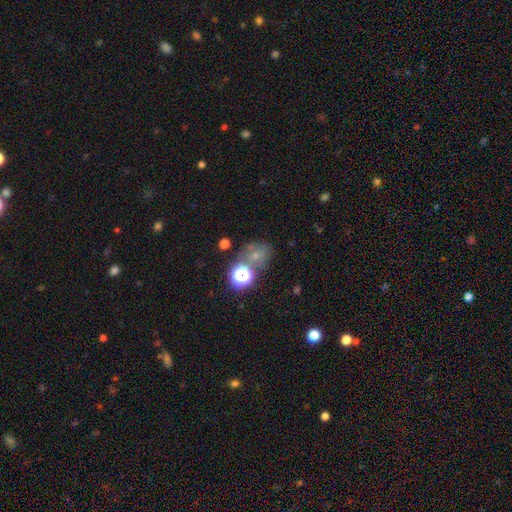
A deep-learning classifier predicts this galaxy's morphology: Q: Smooth or featured?
A: smooth (52%); runner-up: star or artifact (32%)
Q: How rounded?
A: round (61%); runner-up: in between (37%)
Q: Merging?
A: none (53%); runner-up: merger (19%)